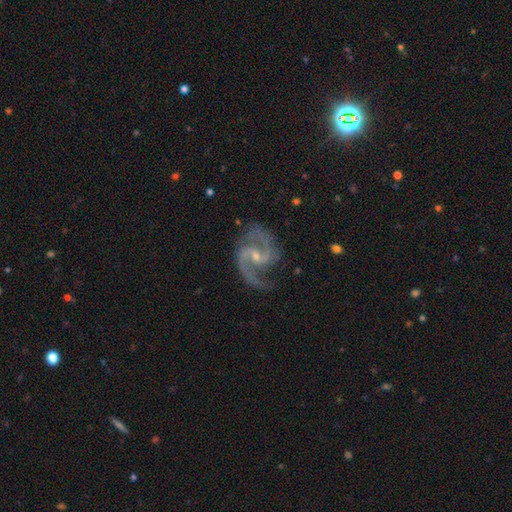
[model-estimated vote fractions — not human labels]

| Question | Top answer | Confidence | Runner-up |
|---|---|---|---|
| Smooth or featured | featured or disk | 93% | star or artifact (4%) |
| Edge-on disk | no | 98% | yes (2%) |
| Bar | weak | 53% | no (30%) |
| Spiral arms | yes | 98% | no (2%) |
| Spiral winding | medium | 61% | loose (27%) |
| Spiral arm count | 2 | 92% | 3 (2%) |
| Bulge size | small | 65% | moderate (30%) |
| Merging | none | 75% | minor disturbance (16%) |